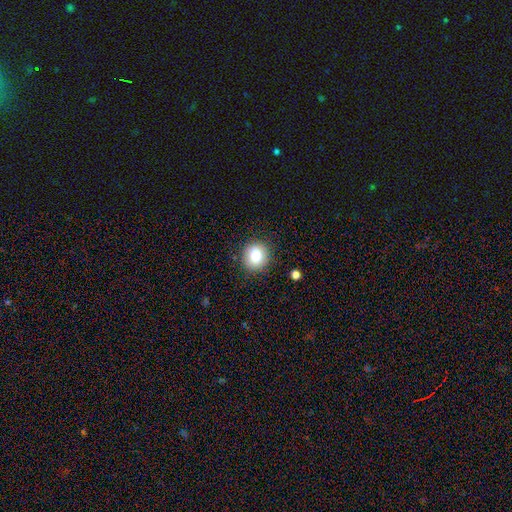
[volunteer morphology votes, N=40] smooth_or_featured: smooth (p=0.88) [alt: featured or disk p=0.07]
how_rounded: round (p=0.71) [alt: in between p=0.29]
merging: none (p=0.84) [alt: minor disturbance p=0.13]